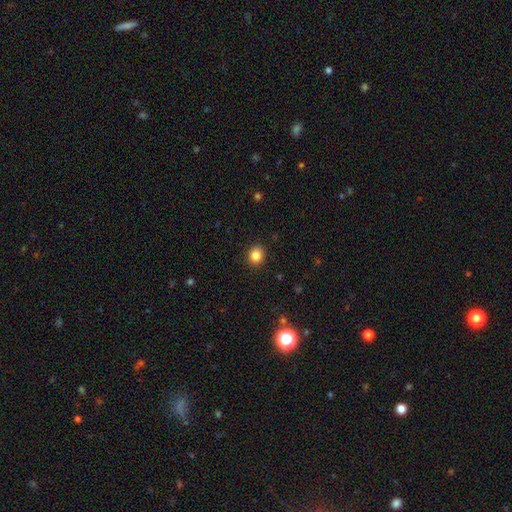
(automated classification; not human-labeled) Smooth or featured? Predicted: smooth (p=0.84). How rounded? Predicted: round (p=0.70). Merging? Predicted: none (p=0.90).